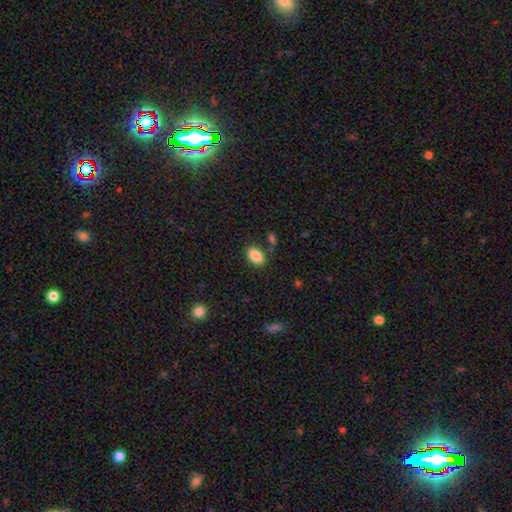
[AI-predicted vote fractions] Smooth or featured: smooth — 86% (star or artifact — 8%)
How rounded: in between — 90% (round — 9%)
Merging: none — 80% (minor disturbance — 12%)